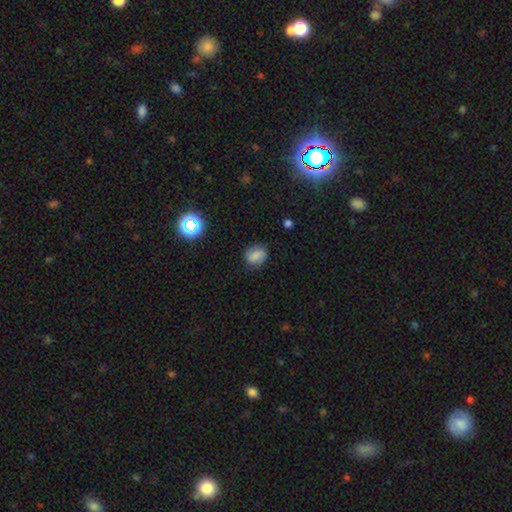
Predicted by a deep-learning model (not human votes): smooth_or_featured: smooth (p=0.65) [alt: featured or disk p=0.22]
how_rounded: round (p=0.61) [alt: in between p=0.37]
merging: none (p=0.80) [alt: minor disturbance p=0.15]